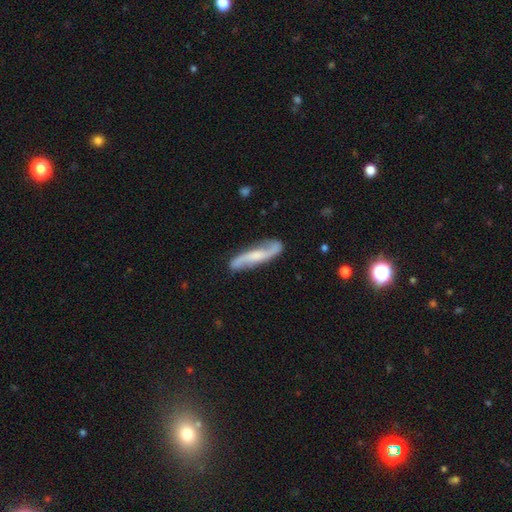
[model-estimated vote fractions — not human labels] Smooth or featured? featured or disk (78%)
Edge-on disk? no (79%)
Bar? no (43%)
Spiral arms? yes (96%)
Spiral winding? loose (62%)
Spiral arm count? 2 (92%)
Bulge size? small (38%)
Merging? none (82%)